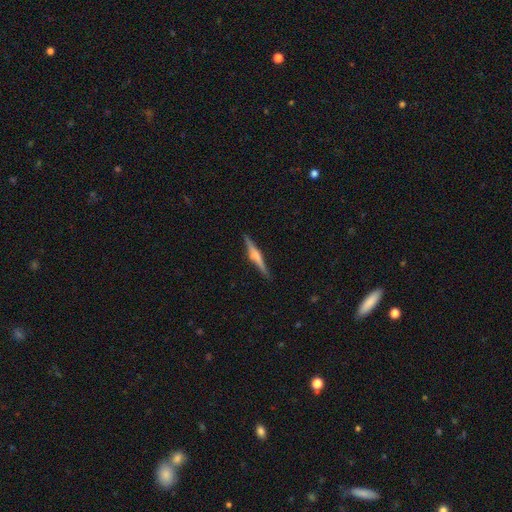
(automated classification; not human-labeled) A featured or disk galaxy (68%) viewed edge-on (98%) with a rounded central bulge (67%). Merging: none (89%).